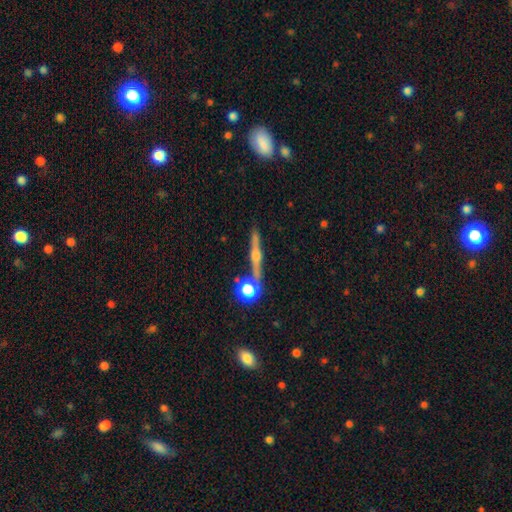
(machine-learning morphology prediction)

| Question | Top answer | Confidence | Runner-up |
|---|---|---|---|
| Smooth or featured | featured or disk | 70% | smooth (17%) |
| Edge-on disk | yes | 92% | no (8%) |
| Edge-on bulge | rounded | 86% | none (8%) |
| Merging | none | 72% | minor disturbance (12%) |